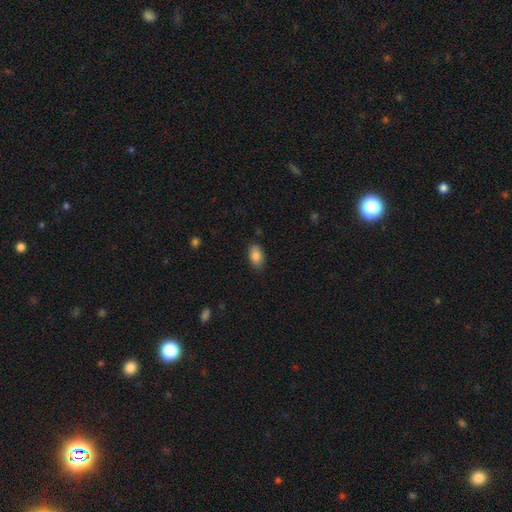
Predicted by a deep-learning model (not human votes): Overall: smooth (85%). How rounded: in between (90%). Merging: none (81%).